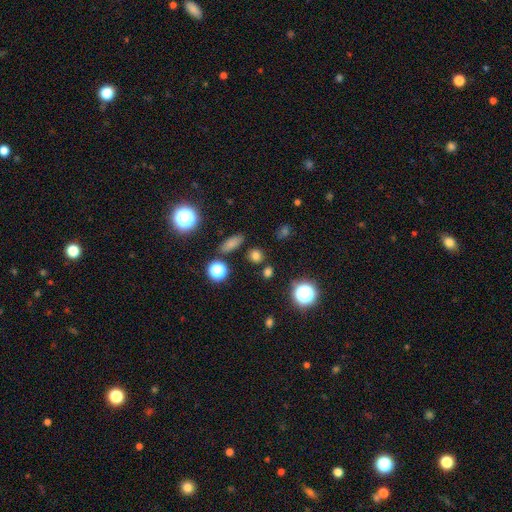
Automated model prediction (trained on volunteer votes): This is likely a smooth galaxy (72%). How rounded: likely round (73%). Merging: clearly none (83%).